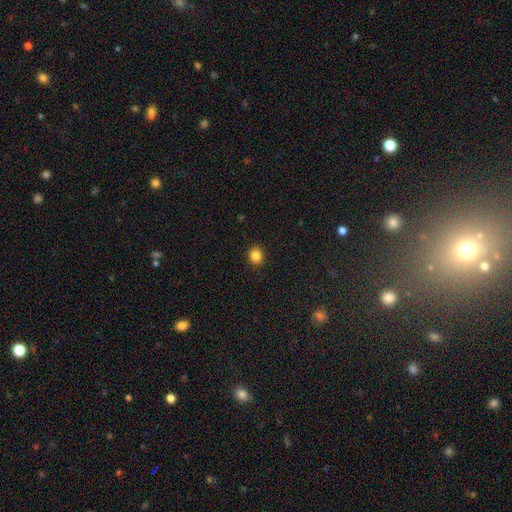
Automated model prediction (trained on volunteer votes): smooth-or-featured: smooth: 85% | star or artifact: 11% | featured or disk: 4%
  how-rounded: round: 75% | in between: 24% | cigar-shaped: 1%
  merging: none: 92% | minor disturbance: 6% | major disturbance: 2% | merger: 1%